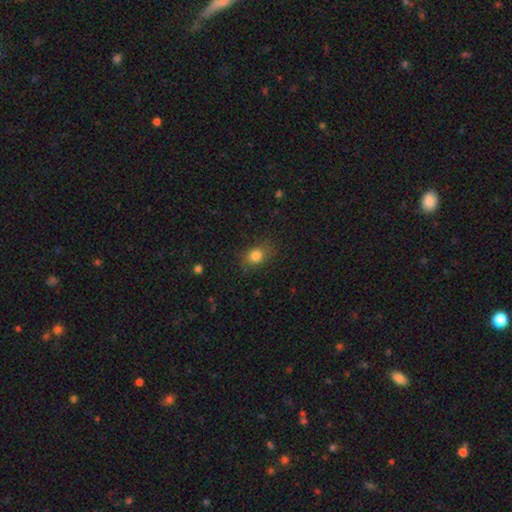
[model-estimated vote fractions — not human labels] Smooth or featured: smooth — 82% (star or artifact — 11%)
How rounded: in between — 60% (round — 39%)
Merging: none — 79% (minor disturbance — 15%)